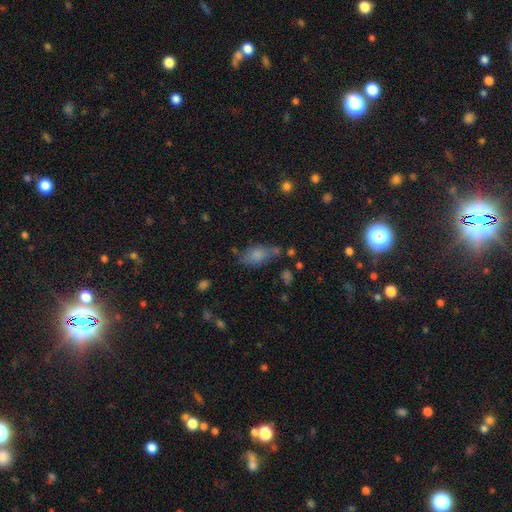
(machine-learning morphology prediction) Smooth or featured? Predicted: smooth (p=0.65). How rounded? Predicted: in between (p=0.80). Merging? Predicted: none (p=0.57).